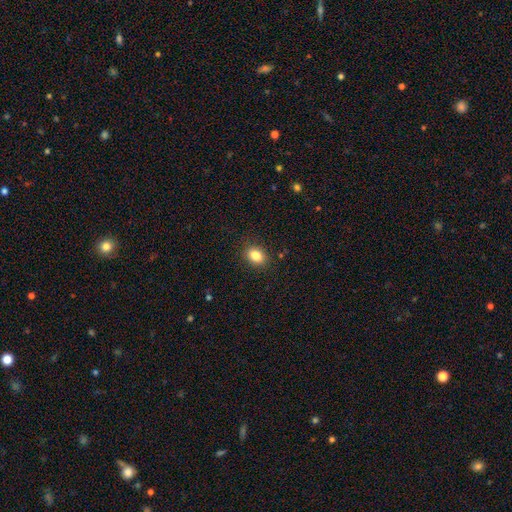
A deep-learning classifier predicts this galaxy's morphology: type=smooth (84%); roundness=in between (66%); merging=none (88%).